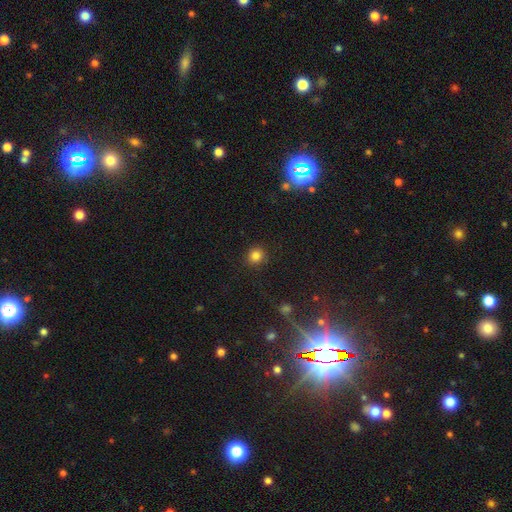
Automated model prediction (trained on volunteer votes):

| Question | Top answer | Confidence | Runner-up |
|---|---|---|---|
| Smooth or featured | smooth | 83% | star or artifact (12%) |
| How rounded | round | 88% | in between (11%) |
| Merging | none | 89% | minor disturbance (7%) |